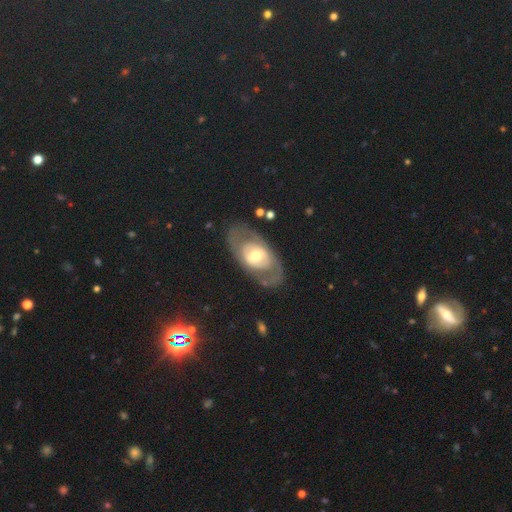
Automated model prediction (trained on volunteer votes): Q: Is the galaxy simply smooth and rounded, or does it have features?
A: featured or disk — 66%.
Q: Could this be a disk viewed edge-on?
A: no — 90%.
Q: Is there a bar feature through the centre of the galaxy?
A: no — 68%.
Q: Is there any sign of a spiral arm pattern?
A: no — 68%.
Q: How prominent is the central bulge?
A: moderate — 64%.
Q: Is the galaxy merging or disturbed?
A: none — 72%.